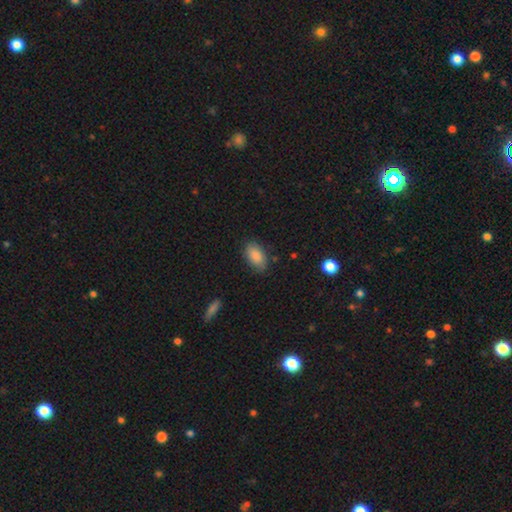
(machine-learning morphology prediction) This is clearly a smooth galaxy (87%). How rounded: clearly in between (93%). Merging: clearly none (81%).